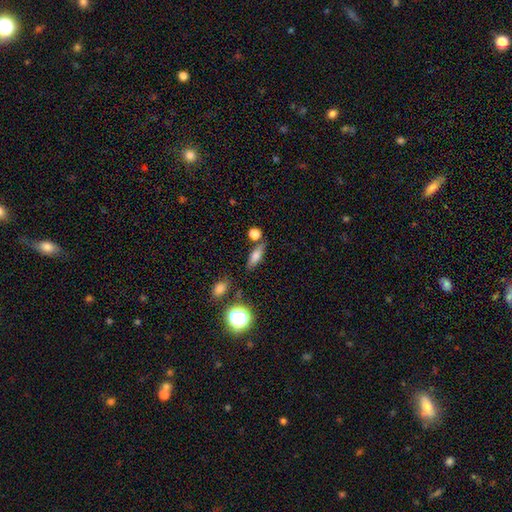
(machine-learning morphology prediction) A smooth galaxy with no disk features (70%) that is in between round and cigar-shaped (56%). Merging: none (70%).